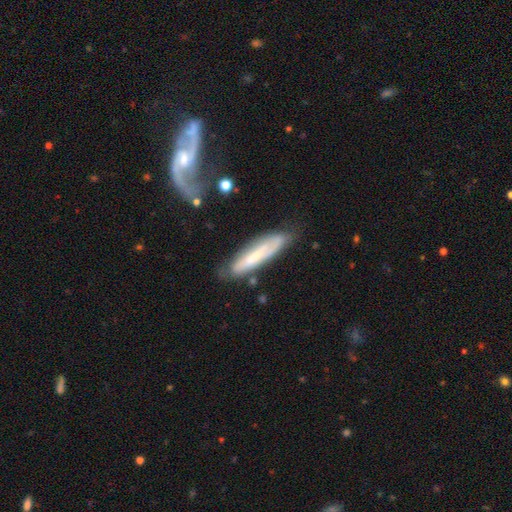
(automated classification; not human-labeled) Smooth or featured? featured or disk (49%)
Merging? none (65%)